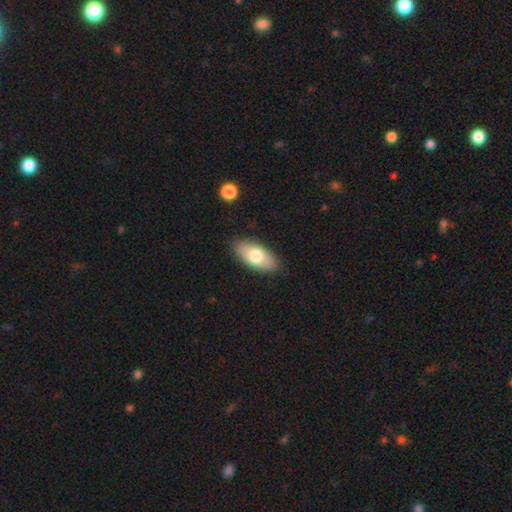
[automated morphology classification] smooth-or-featured: smooth: 74% | featured or disk: 19% | star or artifact: 6%
  how-rounded: in between: 89% | cigar-shaped: 8% | round: 3%
  merging: none: 86% | minor disturbance: 11% | major disturbance: 2% | merger: 1%